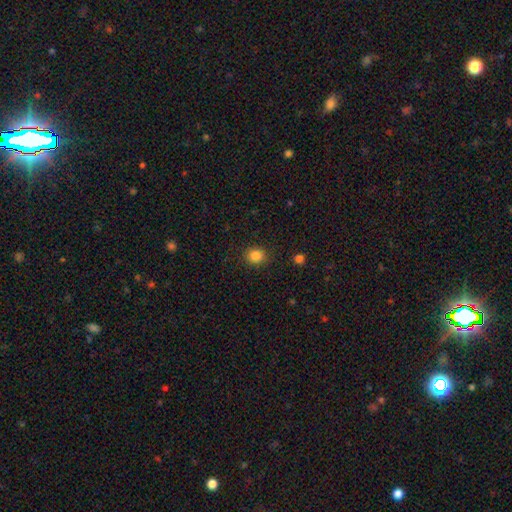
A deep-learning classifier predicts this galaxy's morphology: This is clearly a smooth galaxy (84%). How rounded: likely round (79%). Merging: clearly none (89%).